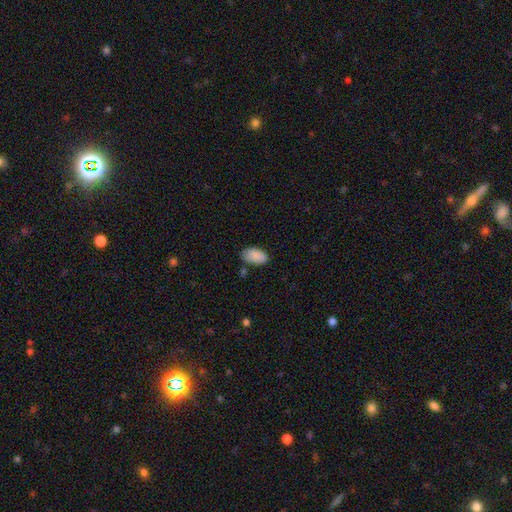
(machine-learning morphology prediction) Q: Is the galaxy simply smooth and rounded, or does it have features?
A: smooth — 89%.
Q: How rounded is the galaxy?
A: in between — 95%.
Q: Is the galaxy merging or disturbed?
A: none — 75%.